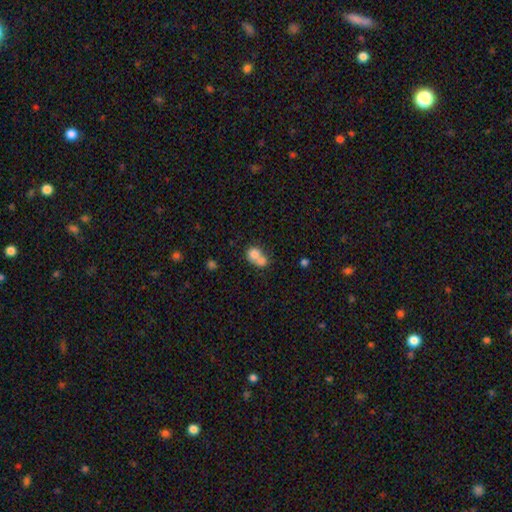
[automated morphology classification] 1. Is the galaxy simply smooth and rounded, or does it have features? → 74% smooth, 16% featured or disk, 10% star or artifact.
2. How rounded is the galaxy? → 60% round, 39% in between, 1% cigar-shaped.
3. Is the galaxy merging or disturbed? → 69% merger, 21% none, 7% minor disturbance, 4% major disturbance.